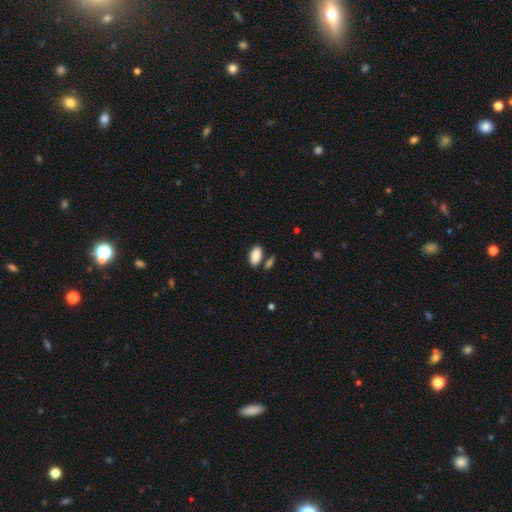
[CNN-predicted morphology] Overall: smooth (88%). How rounded: in between (92%). Merging: none (75%).